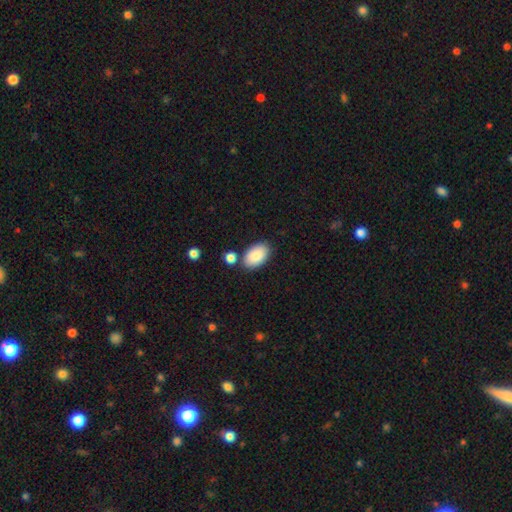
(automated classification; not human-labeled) This is clearly a smooth galaxy (88%). How rounded: clearly in between (94%). Merging: likely none (77%).